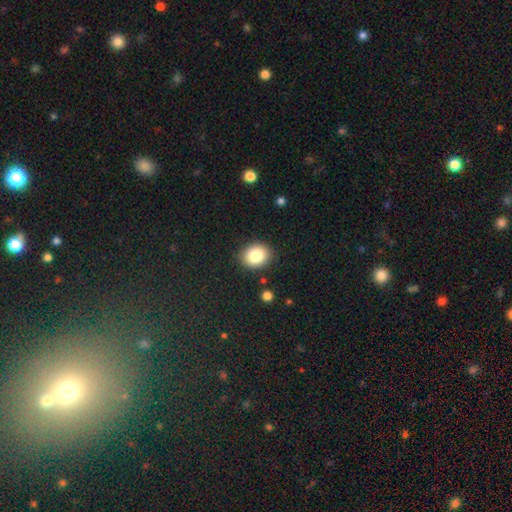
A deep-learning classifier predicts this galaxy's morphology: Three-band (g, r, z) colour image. It shows a smooth galaxy with no disk features (84%) that is round (58%). Merging: none (88%).